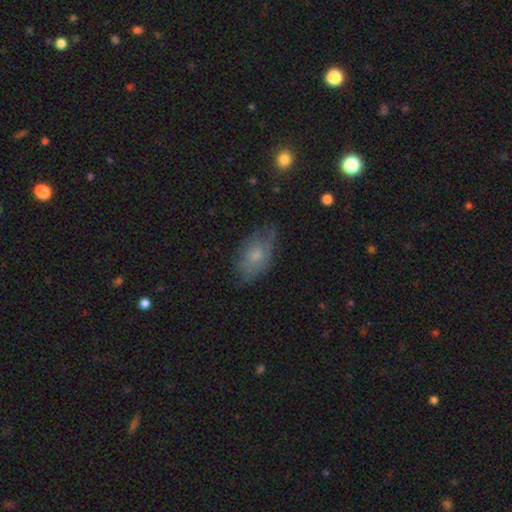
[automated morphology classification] type=smooth (61%); roundness=in between (89%); merging=none (59%).